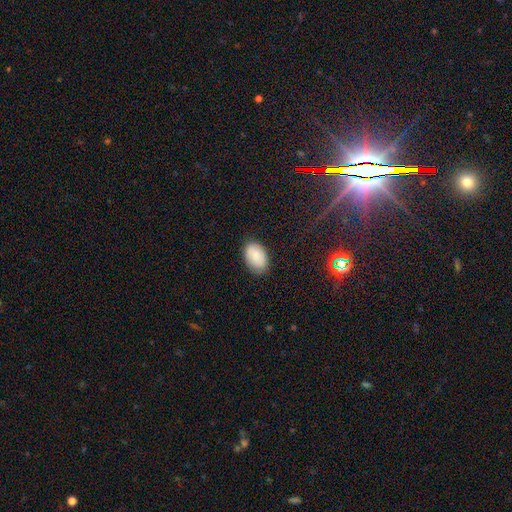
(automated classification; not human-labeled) Smooth or featured? smooth (86%)
How rounded? in between (90%)
Merging? none (83%)